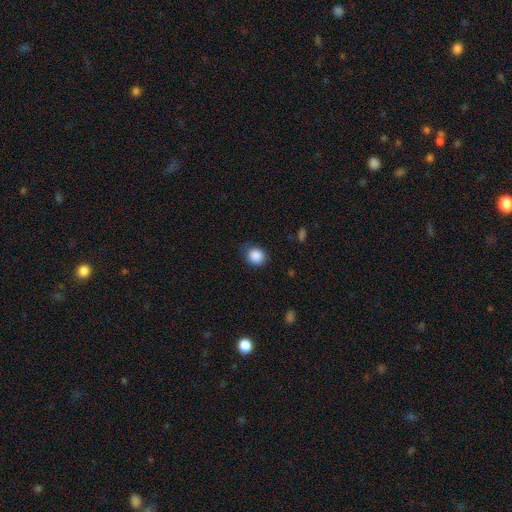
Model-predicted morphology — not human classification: A smooth galaxy with no disk features (88%) that is round (79%). Merging: none (78%).